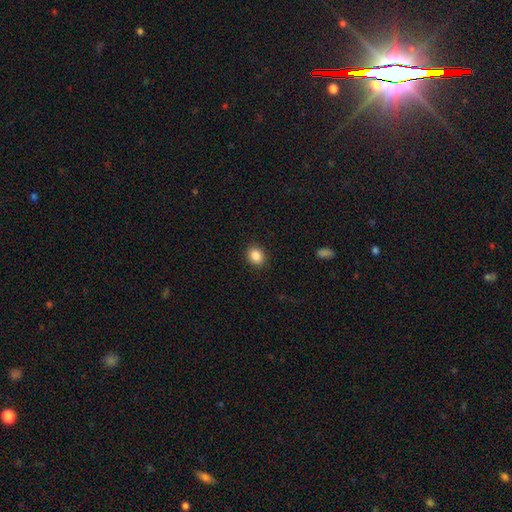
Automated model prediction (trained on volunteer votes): smooth 87%, star or artifact 9%, featured or disk 4%. Down the decision tree: how rounded — round (56%); merging — none (89%).